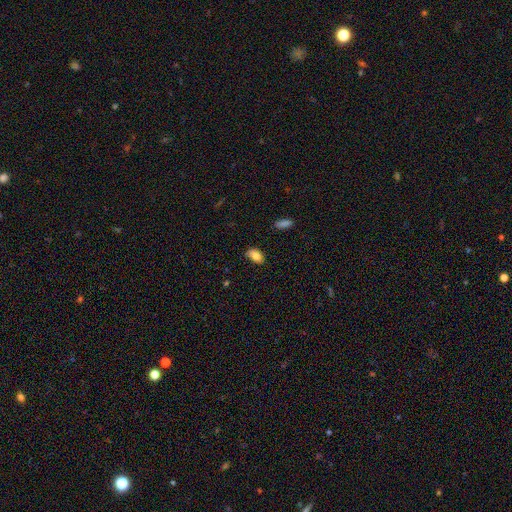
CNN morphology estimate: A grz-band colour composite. It shows a smooth galaxy with no disk features (83%) that is in between round and cigar-shaped (89%). Merging: none (70%).